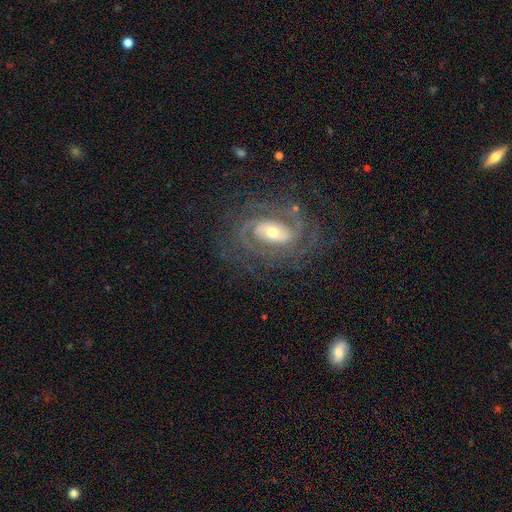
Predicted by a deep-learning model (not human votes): smooth-or-featured: featured or disk: 86% | star or artifact: 7% | smooth: 7%
  disk-edge-on: no: 94% | yes: 6%
    bar: weak: 39% | strong: 37% | no: 24%
    has-spiral-arms: yes: 94% | no: 6%
      spiral-winding: tight: 56% | medium: 35% | loose: 10%
      spiral-arm-count: 2: 51% | can't tell: 21% | 3: 14% | 4: 6% | 1: 5% | more than 4: 4%
    bulge-size: moderate: 56% | small: 36% | large: 6% | none: 1% | dominant: 1%
  merging: none: 75% | minor disturbance: 14% | major disturbance: 9% | merger: 1%